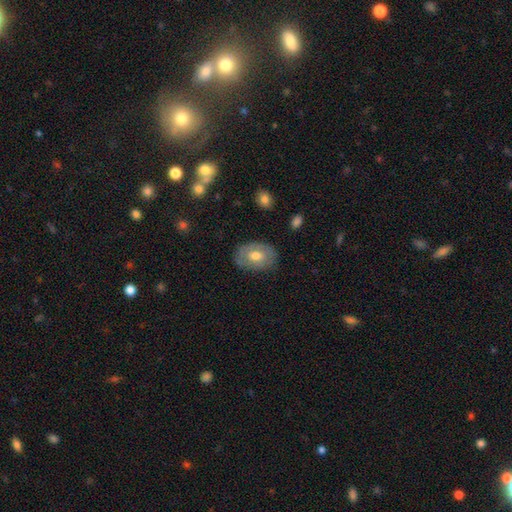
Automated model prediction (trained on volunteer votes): A smooth galaxy with no disk features (55%) that is in between round and cigar-shaped (79%).

Vote fractions:
- Smooth or featured? smooth: 55% / featured or disk: 38% / star or artifact: 7%
- How rounded? in between: 79% / round: 20% / cigar-shaped: 1%
- Merging? none: 78% / minor disturbance: 16% / major disturbance: 4% / merger: 1%